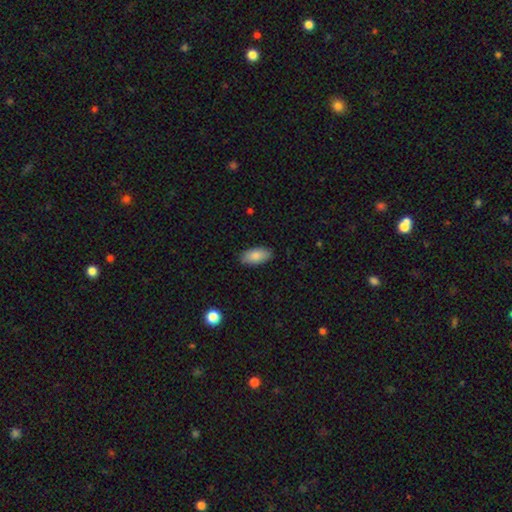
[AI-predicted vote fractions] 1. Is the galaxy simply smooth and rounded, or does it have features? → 87% smooth, 7% featured or disk, 6% star or artifact.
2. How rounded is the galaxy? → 93% in between, 5% cigar-shaped, 2% round.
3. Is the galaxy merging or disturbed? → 87% none, 10% minor disturbance, 2% major disturbance, 1% merger.